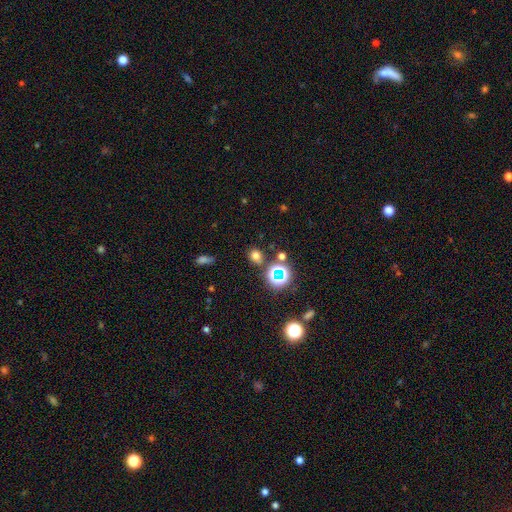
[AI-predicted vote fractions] smooth_or_featured: smooth (p=0.68) [alt: star or artifact p=0.25]
how_rounded: round (p=0.75) [alt: in between p=0.24]
merging: none (p=0.81) [alt: minor disturbance p=0.09]